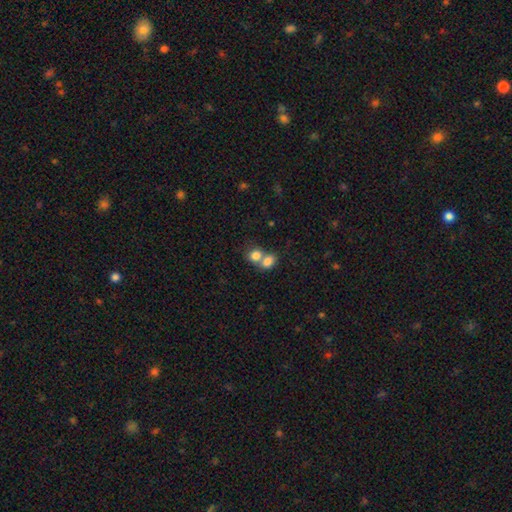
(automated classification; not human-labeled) This is likely a smooth galaxy (80%). How rounded: possibly in between (53%). Merging: likely merger (65%).